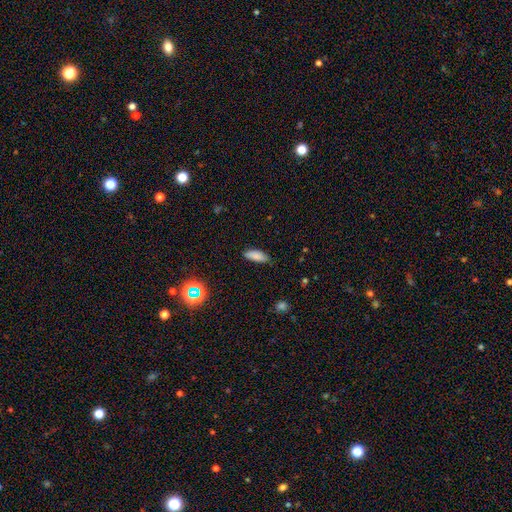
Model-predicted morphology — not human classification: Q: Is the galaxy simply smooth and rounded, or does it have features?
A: smooth — 84%.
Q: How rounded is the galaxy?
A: in between — 73%.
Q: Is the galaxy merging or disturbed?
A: none — 81%.